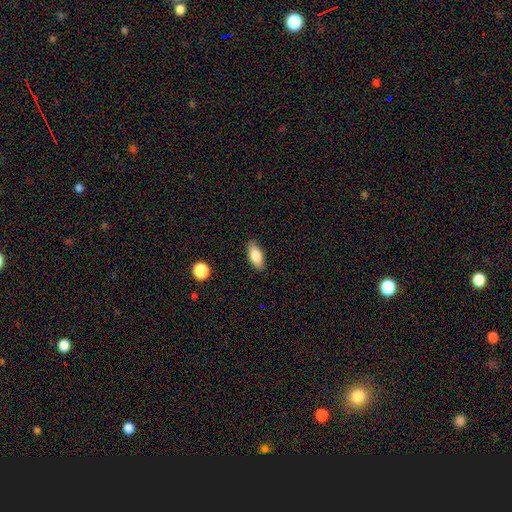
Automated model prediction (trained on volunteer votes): Smooth or featured?
  - smooth: 80% *
  - featured or disk: 13%
  - star or artifact: 7%
How rounded?
  - in between: 83% *
  - cigar-shaped: 14%
  - round: 3%
Merging?
  - none: 88% *
  - minor disturbance: 9%
  - major disturbance: 2%
  - merger: 1%